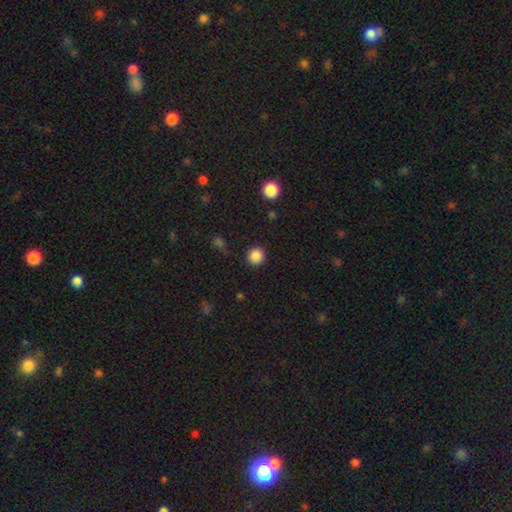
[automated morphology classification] smooth 87%, star or artifact 10%, featured or disk 3%. Down the decision tree: how rounded — round (91%); merging — none (90%).